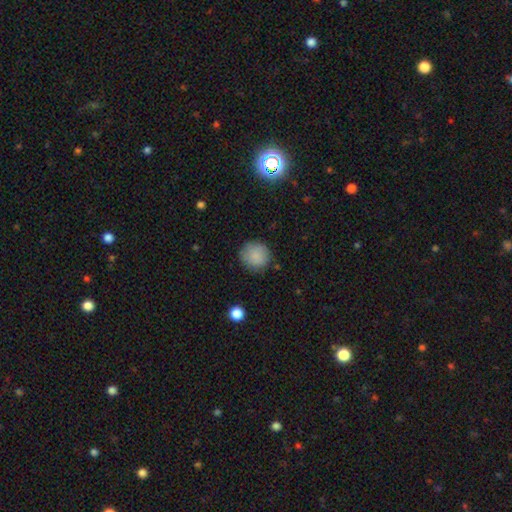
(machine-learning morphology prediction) A smooth galaxy with no disk features (85%) that is round (91%). Merging: none (82%).